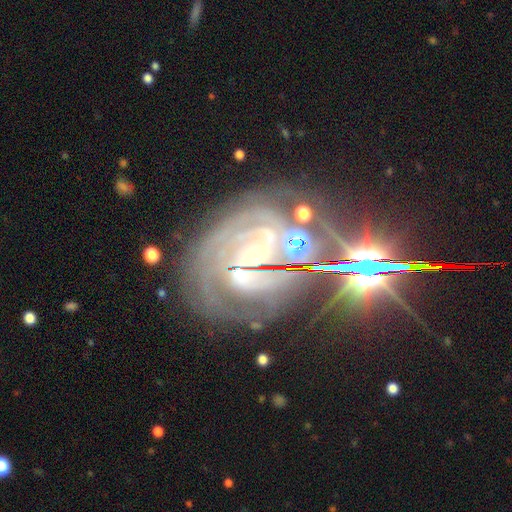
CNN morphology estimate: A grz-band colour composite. It shows a featured or disk galaxy (79%) with no bar (47%), 2 (29%) tight (63%) spiral arms (97%) and a small central bulge (69%). Merging: none (59%).